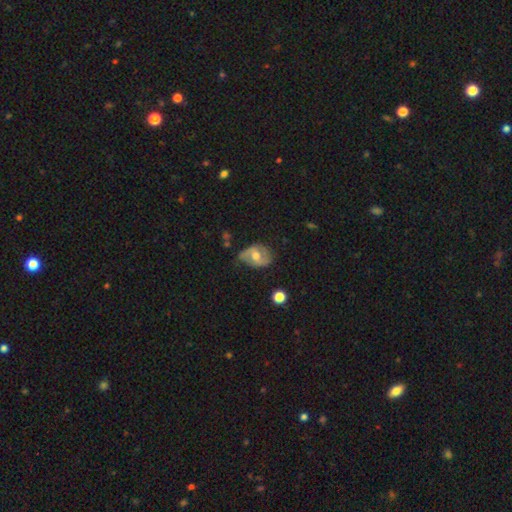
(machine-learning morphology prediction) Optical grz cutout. It shows a featured or disk galaxy (58%) with no bar (45%), spiral arms (70%) and a moderate central bulge (74%). Merging: none (55%).